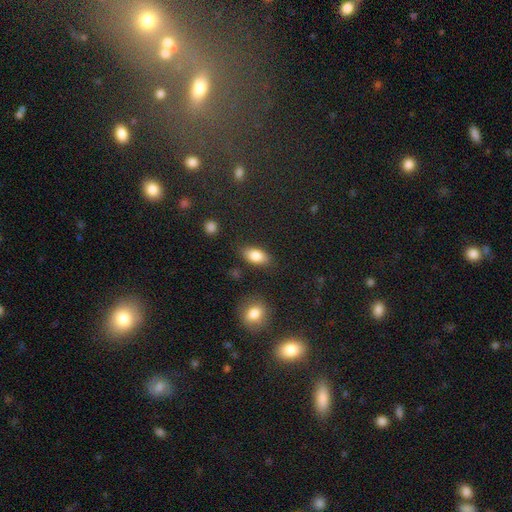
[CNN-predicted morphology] A smooth galaxy with no disk features (84%) that is in between round and cigar-shaped (90%).

Vote fractions:
- Smooth or featured? smooth: 84% / featured or disk: 8% / star or artifact: 8%
- How rounded? in between: 90% / round: 6% / cigar-shaped: 4%
- Merging? none: 82% / minor disturbance: 12% / major disturbance: 3% / merger: 3%